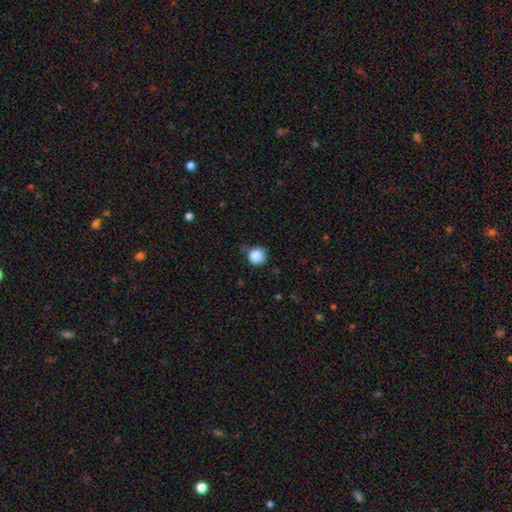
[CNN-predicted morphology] smooth_or_featured: smooth (p=0.86) [alt: star or artifact p=0.10]
how_rounded: round (p=0.91) [alt: in between p=0.08]
merging: none (p=0.69) [alt: minor disturbance p=0.23]